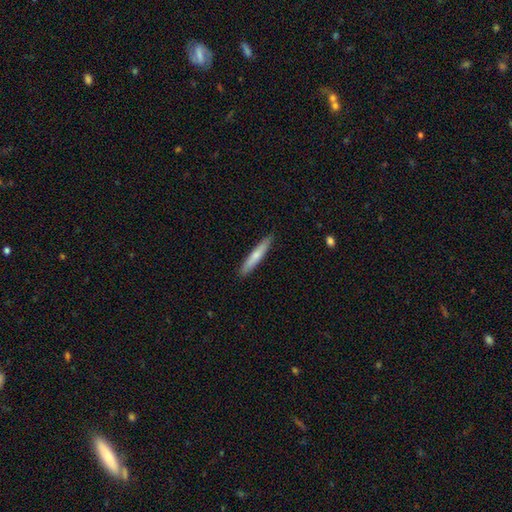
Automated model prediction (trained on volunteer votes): Smooth or featured? Predicted: smooth (p=0.68). How rounded? Predicted: cigar-shaped (p=0.93). Merging? Predicted: none (p=0.89).